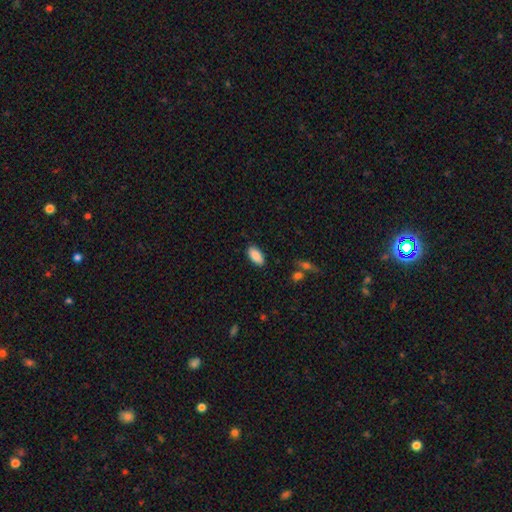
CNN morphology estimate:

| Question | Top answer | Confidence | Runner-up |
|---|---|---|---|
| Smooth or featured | smooth | 89% | star or artifact (7%) |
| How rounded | in between | 92% | cigar-shaped (6%) |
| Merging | none | 87% | minor disturbance (9%) |